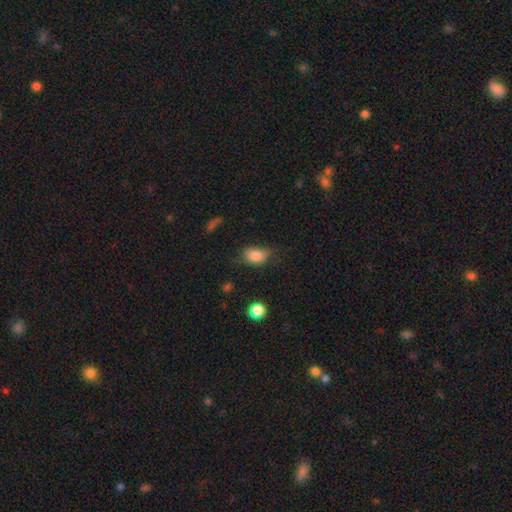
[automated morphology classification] Smooth or featured: smooth — 83% (star or artifact — 9%)
How rounded: in between — 78% (round — 20%)
Merging: none — 56% (minor disturbance — 31%)